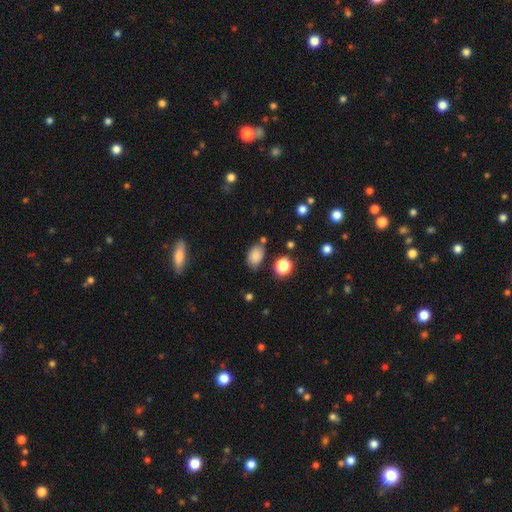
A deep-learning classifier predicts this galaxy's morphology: This appears to be a smooth galaxy with no disk features (82%) that is in between round and cigar-shaped (83%). Merging: none (70%).